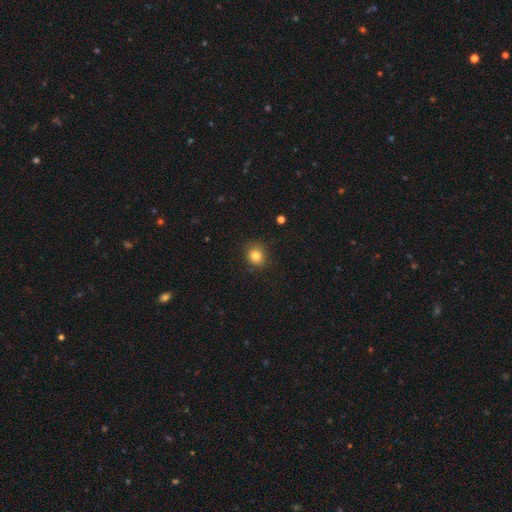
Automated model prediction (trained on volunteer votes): The model was most divided on "how rounded": round: 79%, in between: 20%, cigar-shaped: 1%. More confident: merging — none (85%); smooth or featured — smooth (82%).